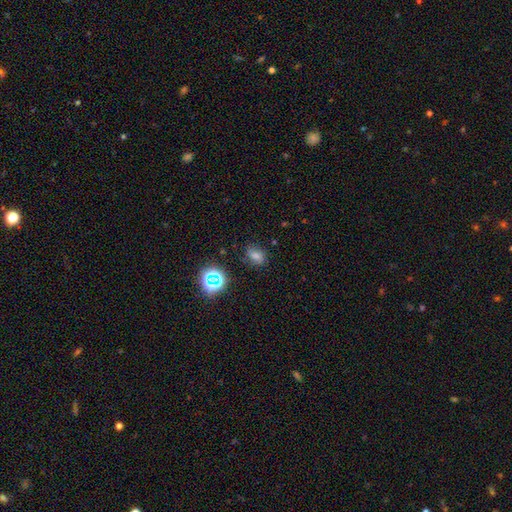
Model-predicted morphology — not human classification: type=smooth (59%); roundness=in between (65%); merging=none (75%).